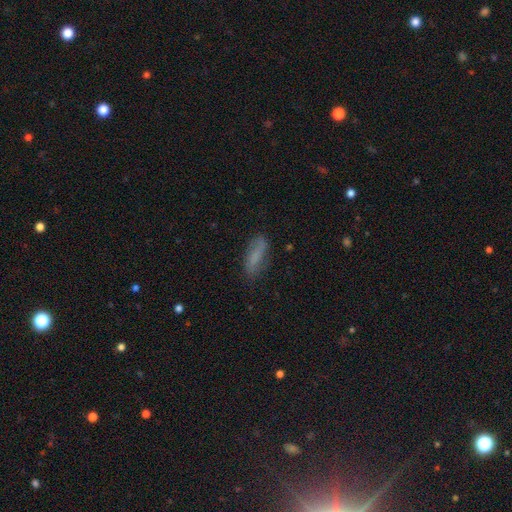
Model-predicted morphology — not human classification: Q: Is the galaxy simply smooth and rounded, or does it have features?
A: smooth — 66%.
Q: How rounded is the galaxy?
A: in between — 59%.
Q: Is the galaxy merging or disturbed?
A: none — 73%.